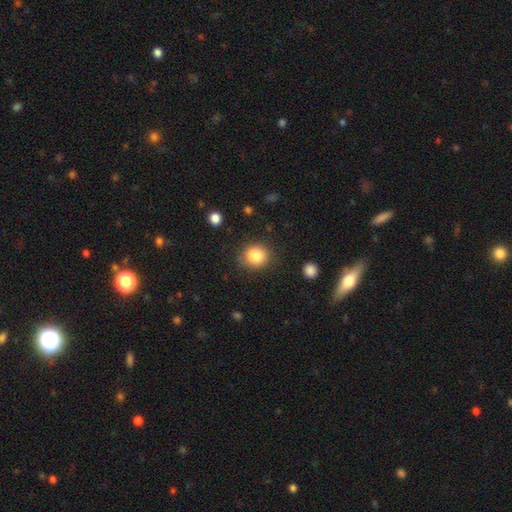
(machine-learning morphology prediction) Smooth or featured? smooth (85%)
How rounded? round (77%)
Merging? none (82%)